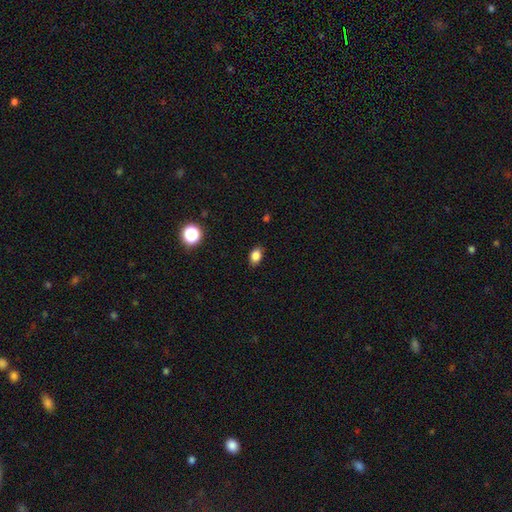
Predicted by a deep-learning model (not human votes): Morphology: type=smooth (84%); roundness=in between (78%); merging=none (85%).